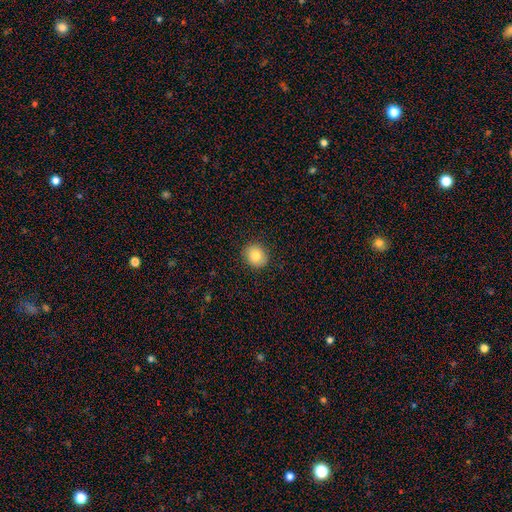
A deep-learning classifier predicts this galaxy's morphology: A smooth galaxy with no disk features (81%) that is round (79%).

Vote fractions:
- Smooth or featured? smooth: 81% / featured or disk: 10% / star or artifact: 9%
- How rounded? round: 79% / in between: 20% / cigar-shaped: 1%
- Merging? none: 90% / minor disturbance: 7% / major disturbance: 2% / merger: 1%